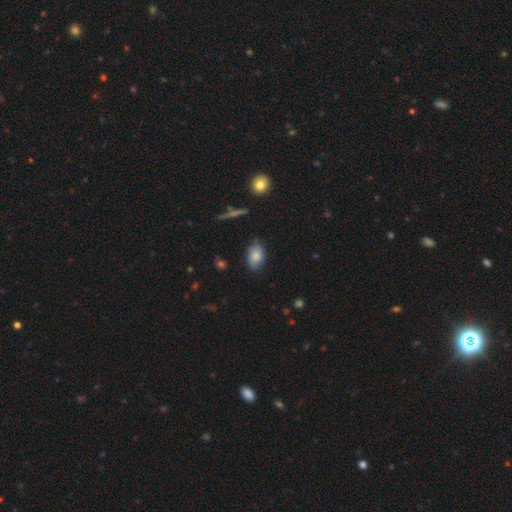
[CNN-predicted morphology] Overall: smooth (79%). How rounded: in between (86%). Merging: none (74%).